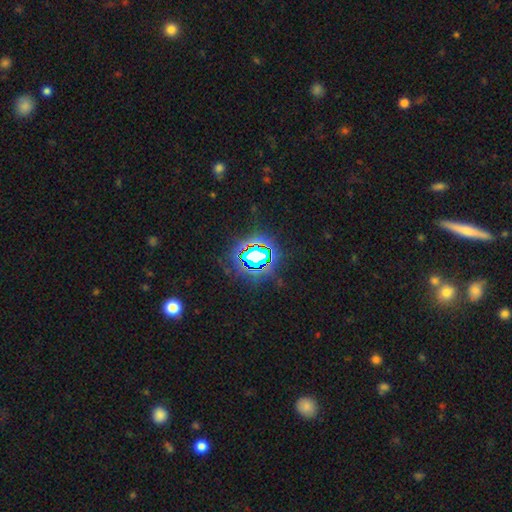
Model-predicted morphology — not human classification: Smooth or featured: star or artifact — 73% (smooth — 15%)